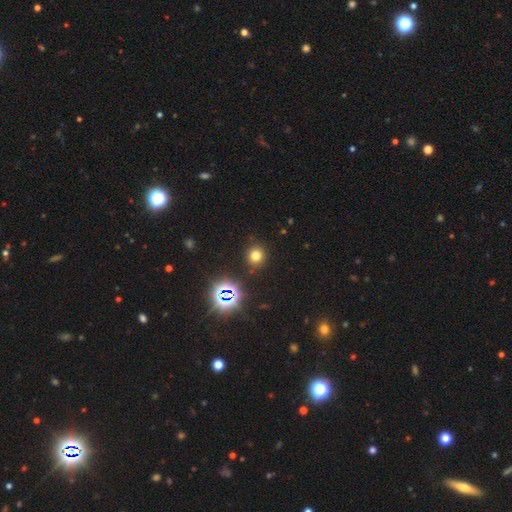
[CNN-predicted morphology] The model was most divided on "smooth or featured": smooth: 70%, star or artifact: 23%, featured or disk: 7%. More confident: merging — none (88%); how rounded — round (85%).